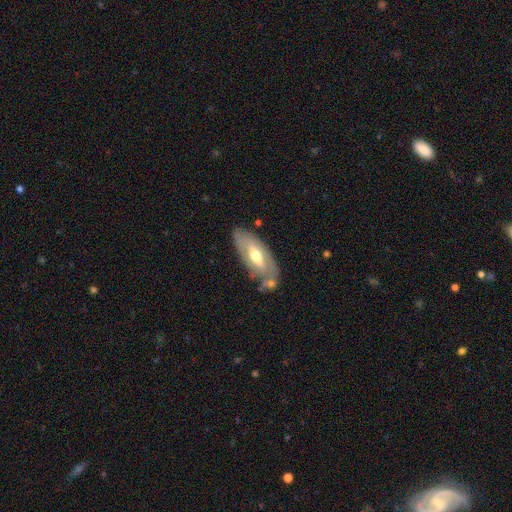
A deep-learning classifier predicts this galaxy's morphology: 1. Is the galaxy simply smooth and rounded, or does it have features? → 55% featured or disk, 40% smooth, 6% star or artifact.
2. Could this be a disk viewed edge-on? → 77% no, 23% yes.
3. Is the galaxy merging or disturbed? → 70% none, 18% minor disturbance, 7% merger, 5% major disturbance.